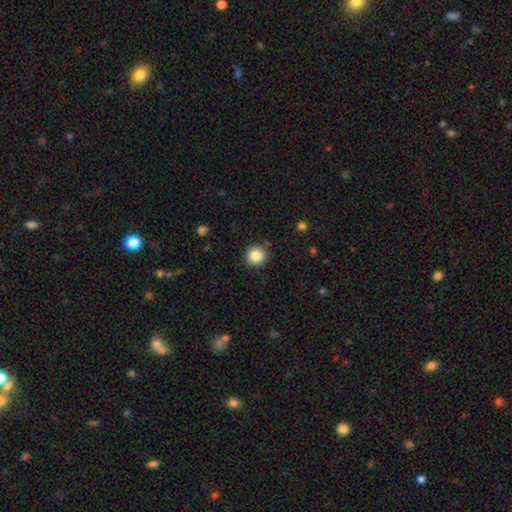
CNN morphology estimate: This appears to be a smooth galaxy with no disk features (85%) that is round (93%). Merging: none (89%).